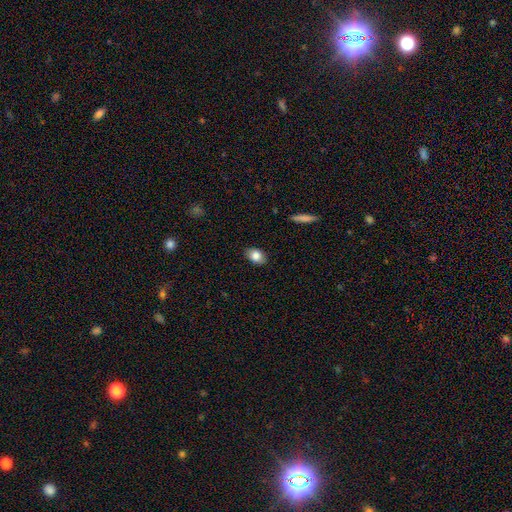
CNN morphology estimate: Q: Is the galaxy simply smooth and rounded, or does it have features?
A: smooth — 83%.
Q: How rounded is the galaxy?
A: in between — 82%.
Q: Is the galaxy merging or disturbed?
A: none — 86%.